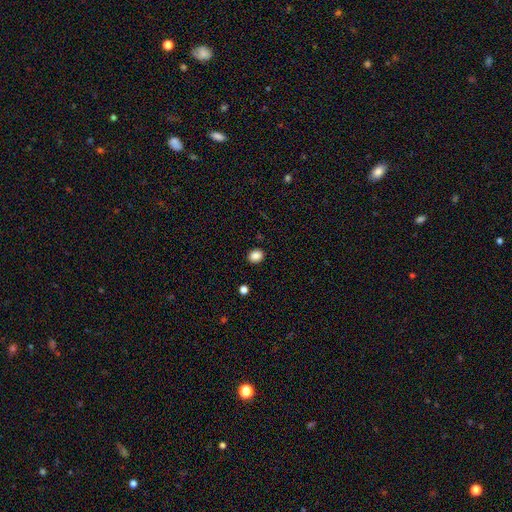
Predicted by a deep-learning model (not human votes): Smooth or featured? Predicted: smooth (p=0.87). How rounded? Predicted: round (p=0.56). Merging? Predicted: none (p=0.90).